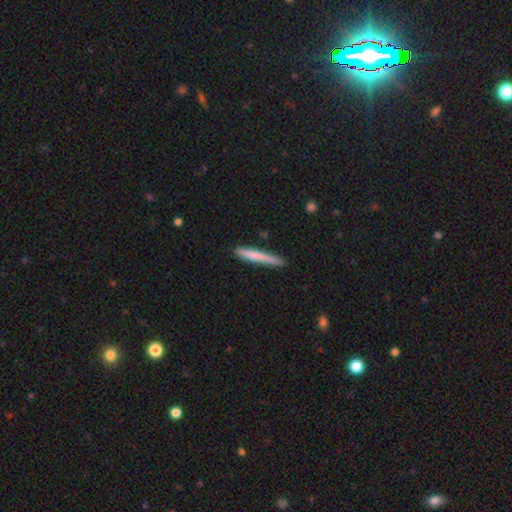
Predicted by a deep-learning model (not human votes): Morphology: type=smooth (74%); roundness=cigar-shaped (96%); merging=none (83%).